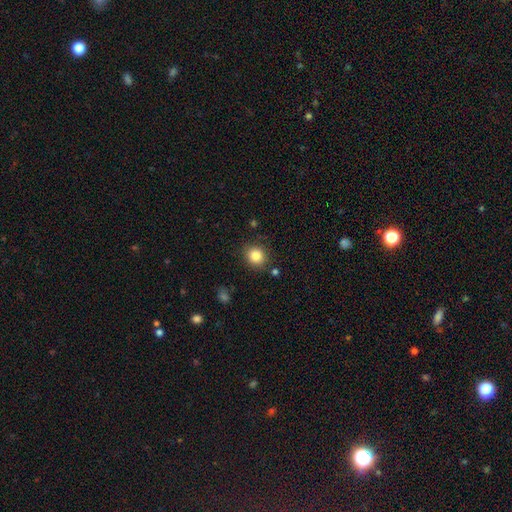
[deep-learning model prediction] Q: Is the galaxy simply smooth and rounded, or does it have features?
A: smooth — 84%.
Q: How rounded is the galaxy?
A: round — 80%.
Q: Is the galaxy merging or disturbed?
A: none — 84%.